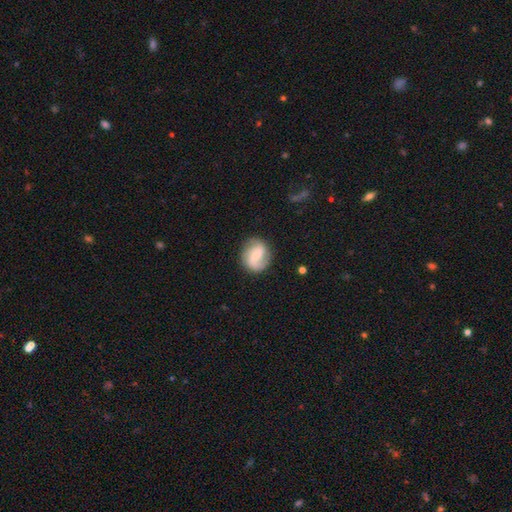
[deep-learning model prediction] This appears to be a featured or disk galaxy (68%) with a weak bar (48%), 2 (80%) medium (44%) spiral arms (94%) and a small central bulge (41%). Merging: none (79%).